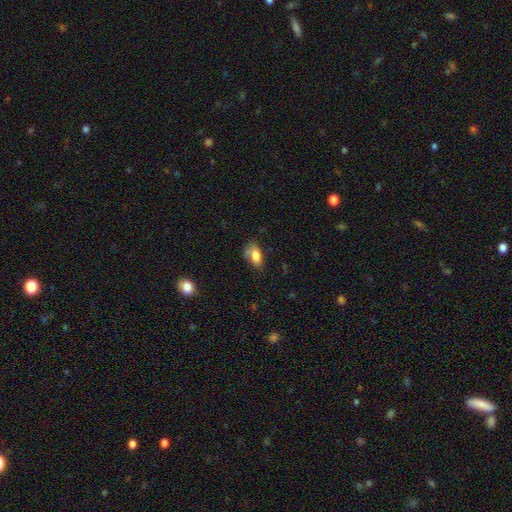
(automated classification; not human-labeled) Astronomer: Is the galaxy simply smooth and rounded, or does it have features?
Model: smooth — 78%.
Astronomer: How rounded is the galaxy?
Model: in between — 89%.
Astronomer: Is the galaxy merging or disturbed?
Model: none — 49% (runner-up: minor disturbance, 32%).